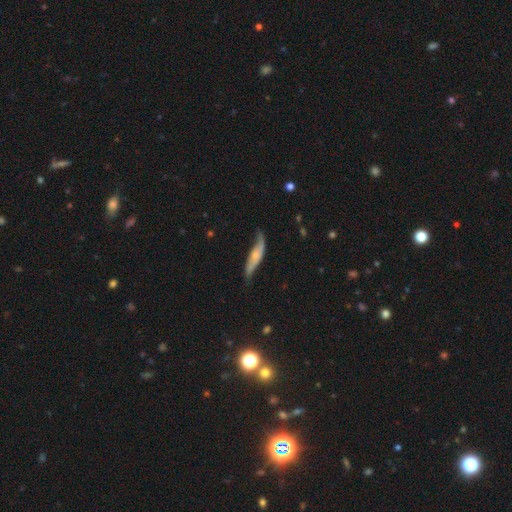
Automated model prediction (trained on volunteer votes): Smooth or featured?
  - featured or disk: 60% *
  - smooth: 34%
  - star or artifact: 6%
Edge-on disk?
  - no: 65% *
  - yes: 35%
Merging?
  - none: 51% *
  - minor disturbance: 32%
  - major disturbance: 14%
  - merger: 3%